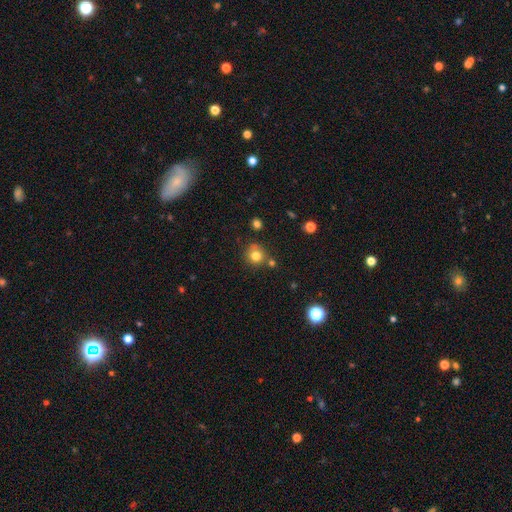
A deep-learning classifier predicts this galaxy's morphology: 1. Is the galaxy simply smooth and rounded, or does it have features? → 79% smooth, 13% star or artifact, 8% featured or disk.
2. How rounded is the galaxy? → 88% round, 11% in between, 1% cigar-shaped.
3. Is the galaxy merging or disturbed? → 69% none, 15% minor disturbance, 12% merger, 5% major disturbance.